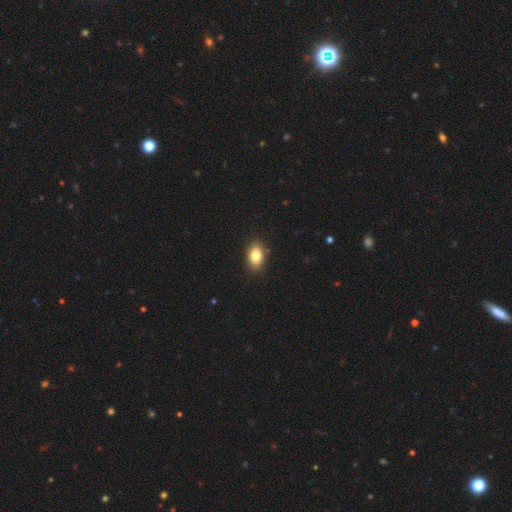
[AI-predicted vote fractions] This is clearly a smooth galaxy (81%). How rounded: clearly in between (86%). Merging: clearly none (89%).